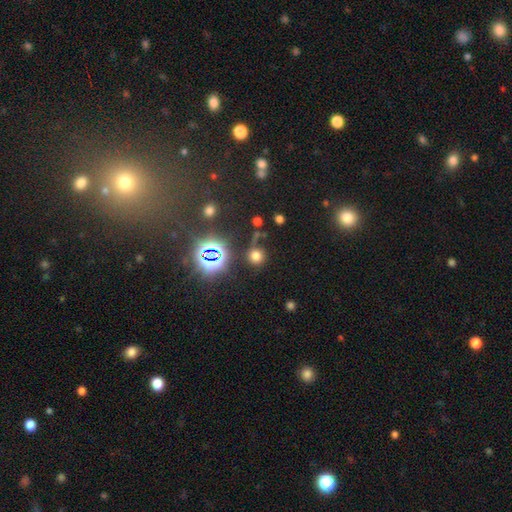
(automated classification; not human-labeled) Smooth or featured? smooth (62%)
How rounded? round (90%)
Merging? none (73%)